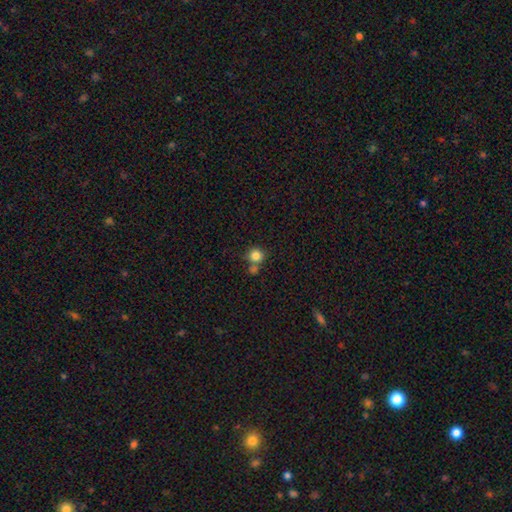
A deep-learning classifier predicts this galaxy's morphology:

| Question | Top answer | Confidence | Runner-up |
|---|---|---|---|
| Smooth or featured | smooth | 83% | star or artifact (11%) |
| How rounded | round | 91% | in between (8%) |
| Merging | none | 62% | merger (25%) |